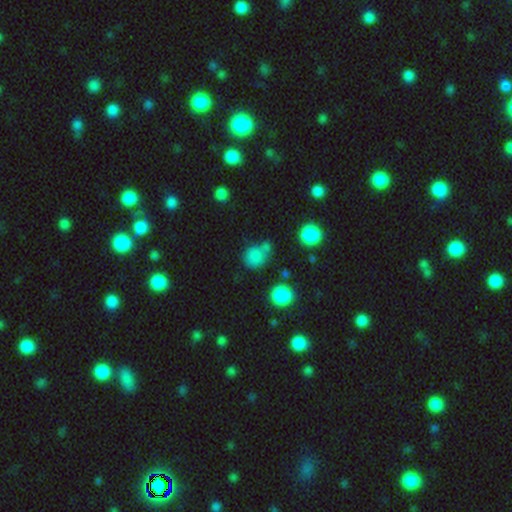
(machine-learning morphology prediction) A smooth galaxy with no disk features (78%) that is round (76%). Merging: none (55%).